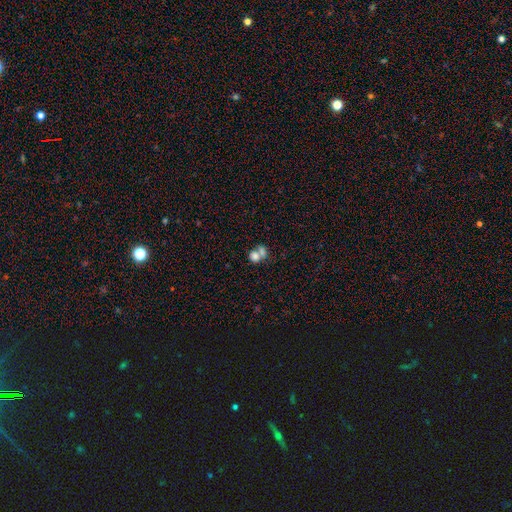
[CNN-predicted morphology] The model was most divided on "how rounded": round: 62%, in between: 36%, cigar-shaped: 1%. More confident: smooth or featured — smooth (72%); merging — merger (58%).